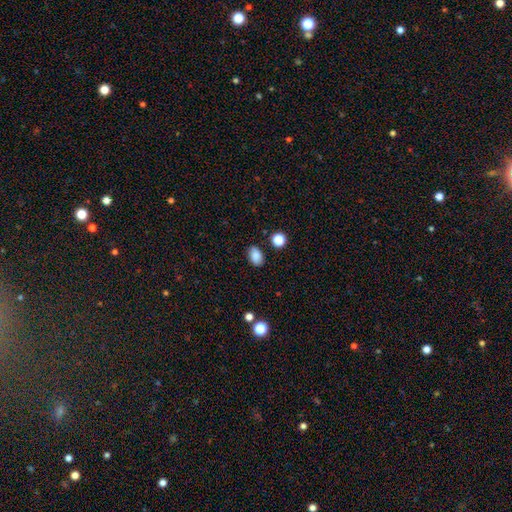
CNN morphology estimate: A smooth galaxy with no disk features (86%) that is in between round and cigar-shaped (88%). Merging: none (85%).